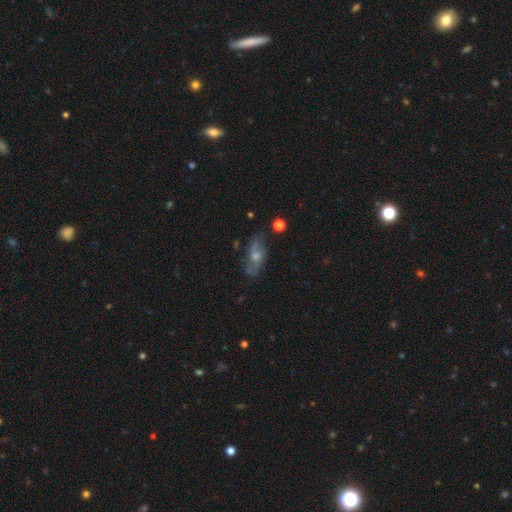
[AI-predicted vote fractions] featured or disk 47%, smooth 42%, star or artifact 11%. Down the decision tree: merging — none (65%).